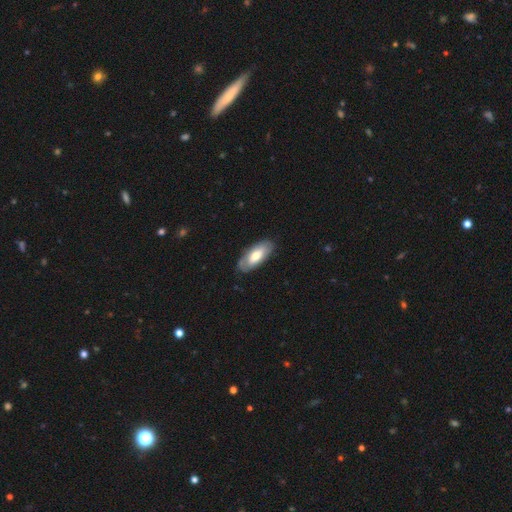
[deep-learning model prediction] A smooth galaxy with no disk features (59%) that is in between round and cigar-shaped (86%). Merging: none (79%).